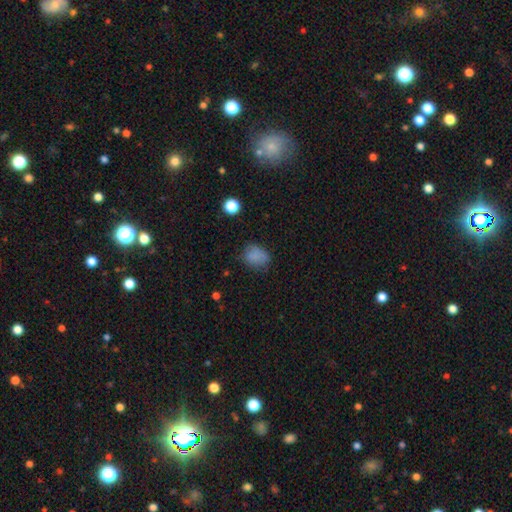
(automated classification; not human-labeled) Morphology: type=smooth (78%); roundness=in between (53%); merging=none (65%).